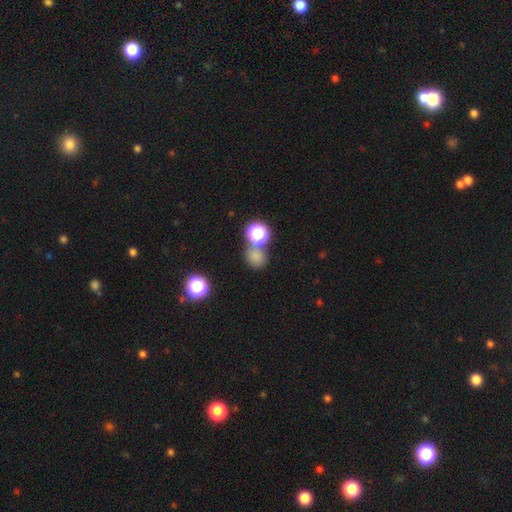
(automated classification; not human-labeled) Q: Smooth or featured?
A: smooth (72%); runner-up: star or artifact (22%)
Q: How rounded?
A: round (80%); runner-up: in between (19%)
Q: Merging?
A: none (58%); runner-up: merger (27%)